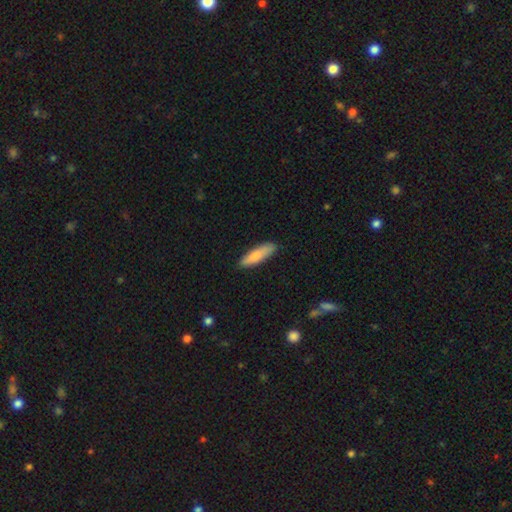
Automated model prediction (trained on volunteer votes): This appears to be a smooth galaxy with no disk features (79%) that is cigar-shaped (63%). Merging: none (86%).